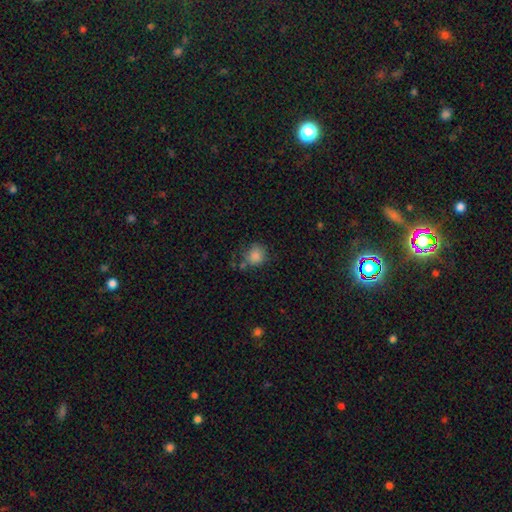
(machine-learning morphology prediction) smooth 84%, star or artifact 11%, featured or disk 5%. Down the decision tree: how rounded — round (83%); merging — none (67%).